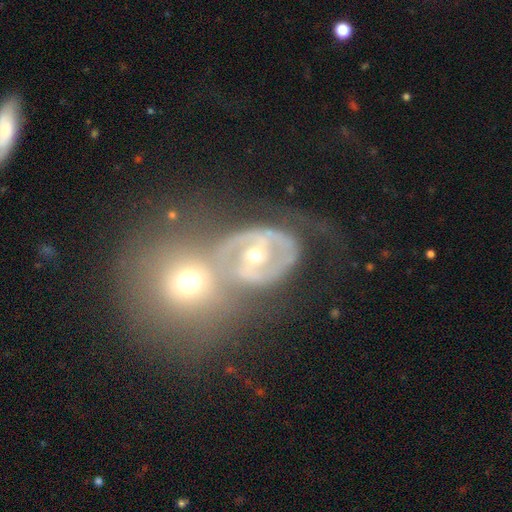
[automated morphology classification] type=featured or disk (81%); edge-on=no (97%); bar=no (37%); spiral arms=yes (89%); winding=medium (53%); arm count=2 (85%); bulge=moderate (52%); merging=merger (50%).